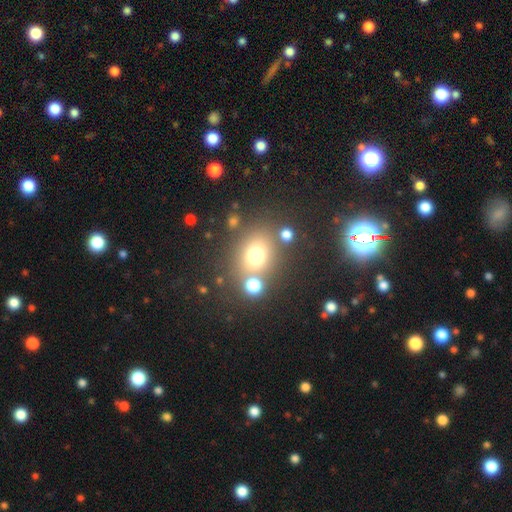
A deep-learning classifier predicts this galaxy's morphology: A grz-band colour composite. It shows a smooth galaxy with no disk features (69%) that is round (65%). Merging: none (70%).